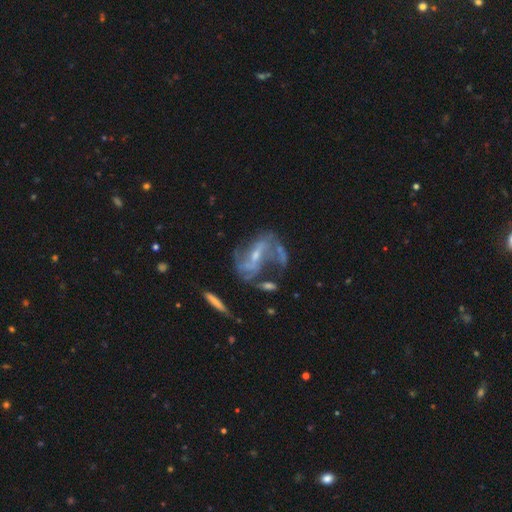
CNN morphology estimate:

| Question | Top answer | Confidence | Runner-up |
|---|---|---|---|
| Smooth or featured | featured or disk | 82% | smooth (9%) |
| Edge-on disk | no | 93% | yes (7%) |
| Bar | weak | 39% | strong (37%) |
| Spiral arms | yes | 86% | no (14%) |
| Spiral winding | loose | 42% | medium (40%) |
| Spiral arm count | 2 | 60% | can't tell (20%) |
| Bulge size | small | 62% | moderate (30%) |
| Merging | none | 42% | major disturbance (24%) |